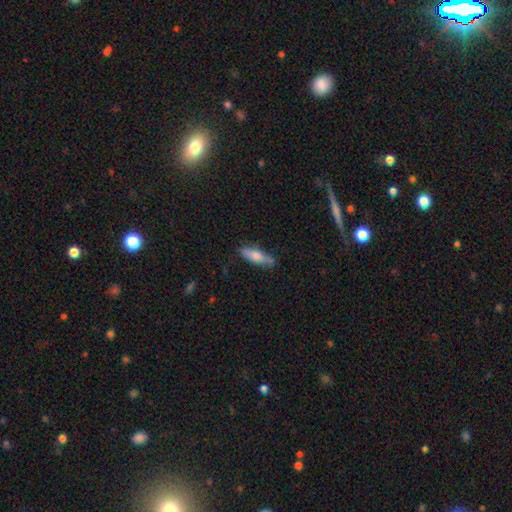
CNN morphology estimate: smooth 70%, featured or disk 24%, star or artifact 6%. Down the decision tree: how rounded — cigar-shaped (57%); merging — none (74%).